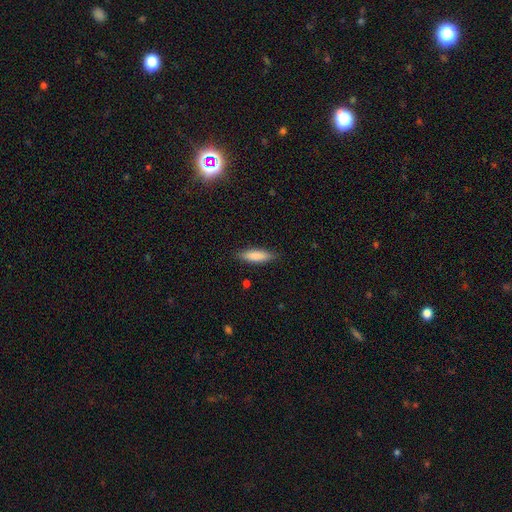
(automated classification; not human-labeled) This is clearly a smooth galaxy (84%). How rounded: possibly cigar-shaped (60%). Merging: clearly none (86%).